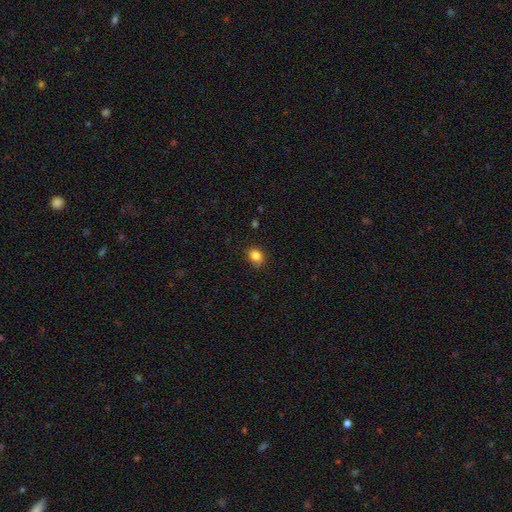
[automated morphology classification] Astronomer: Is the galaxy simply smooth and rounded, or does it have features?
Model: smooth — 84%.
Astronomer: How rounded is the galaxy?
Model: in between — 51% (runner-up: round, 48%).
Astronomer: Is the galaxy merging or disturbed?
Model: none — 77%.